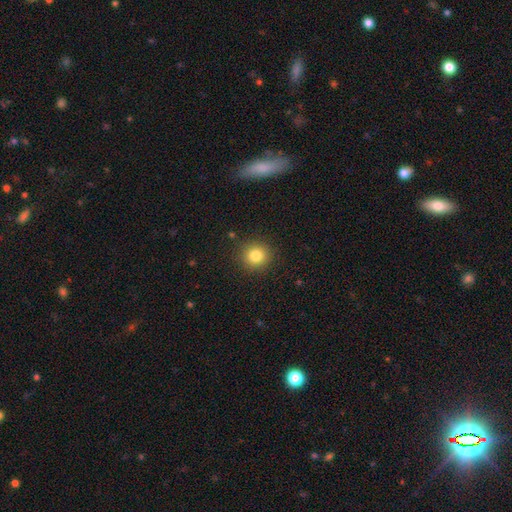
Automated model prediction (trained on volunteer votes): The model was most divided on "smooth or featured": smooth: 82%, star or artifact: 12%, featured or disk: 6%. More confident: how rounded — round (91%); merging — none (90%).